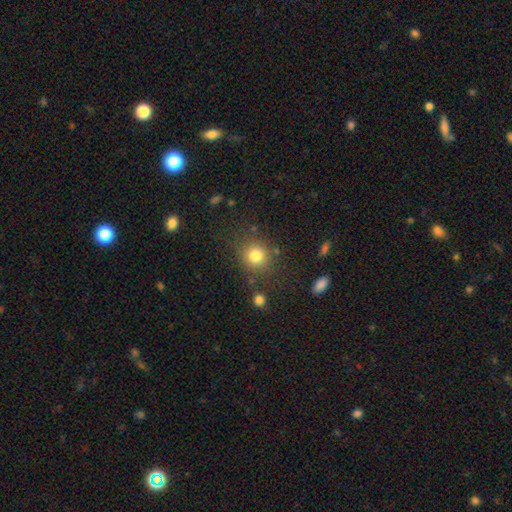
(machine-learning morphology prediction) Smooth or featured?
  - smooth: 81% *
  - star or artifact: 13%
  - featured or disk: 7%
How rounded?
  - round: 87% *
  - in between: 12%
  - cigar-shaped: 1%
Merging?
  - none: 80% *
  - minor disturbance: 10%
  - major disturbance: 5%
  - merger: 5%